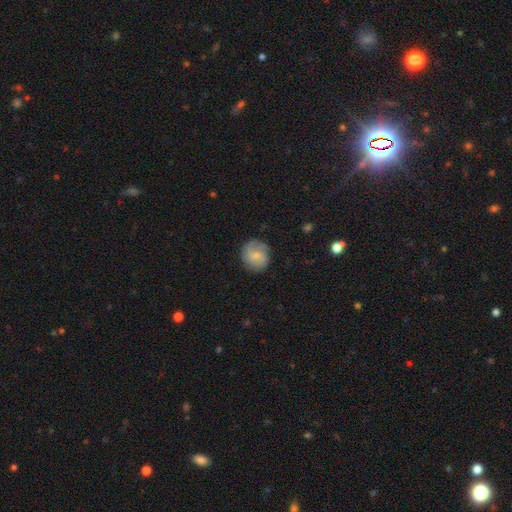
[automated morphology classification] type=smooth (54%); roundness=round (88%); merging=none (79%).